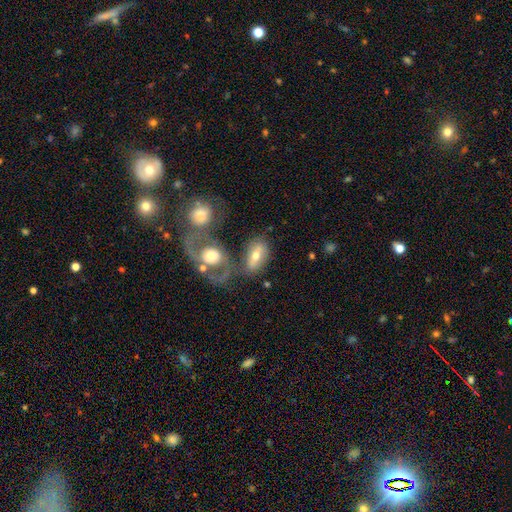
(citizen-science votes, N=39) A smooth galaxy with no disk features (54%) that is in between round and cigar-shaped (81%). Merging: none (57%).